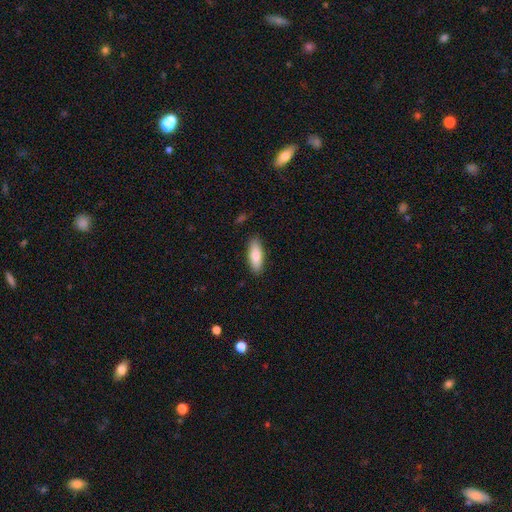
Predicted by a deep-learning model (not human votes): The model was most divided on "how rounded": in between: 65%, cigar-shaped: 33%, round: 2%. More confident: merging — none (87%); smooth or featured — smooth (84%).